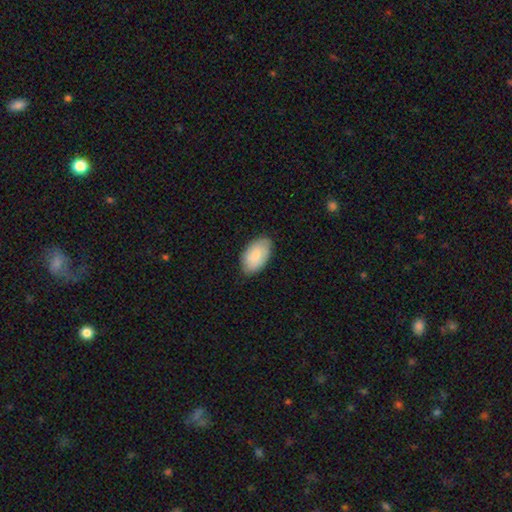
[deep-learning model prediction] Smooth or featured? Predicted: smooth (p=0.80). How rounded? Predicted: in between (p=0.95). Merging? Predicted: none (p=0.81).